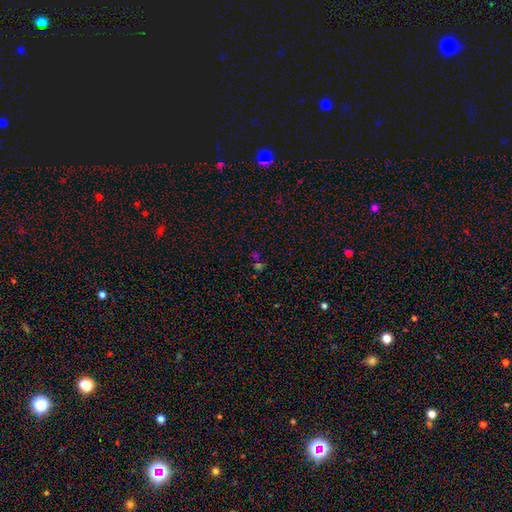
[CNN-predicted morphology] smooth-or-featured: star or artifact: 49% | smooth: 42% | featured or disk: 10%